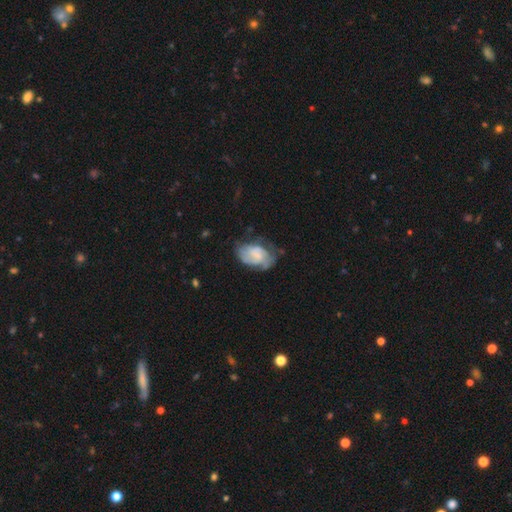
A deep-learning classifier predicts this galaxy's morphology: A featured or disk galaxy (62%) with no bar (56%), spiral arms (82%) and a small central bulge (51%). Merging: none (48%).